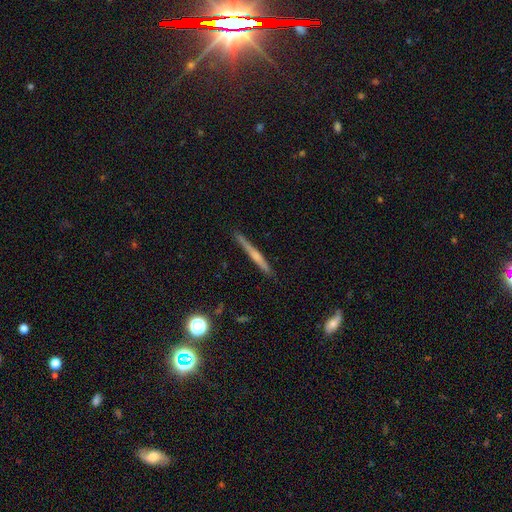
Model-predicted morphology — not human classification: Smooth or featured?
  - featured or disk: 54% *
  - smooth: 38%
  - star or artifact: 8%
Edge-on disk?
  - yes: 97% *
  - no: 3%
Edge-on bulge?
  - none: 46% *
  - rounded: 42%
  - boxy: 12%
Merging?
  - none: 88% *
  - minor disturbance: 9%
  - major disturbance: 2%
  - merger: 1%